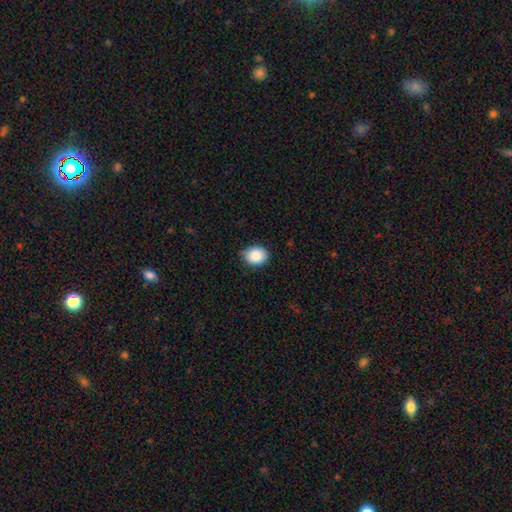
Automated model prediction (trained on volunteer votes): Smooth or featured? Predicted: smooth (p=0.87). How rounded? Predicted: round (p=0.56). Merging? Predicted: none (p=0.79).